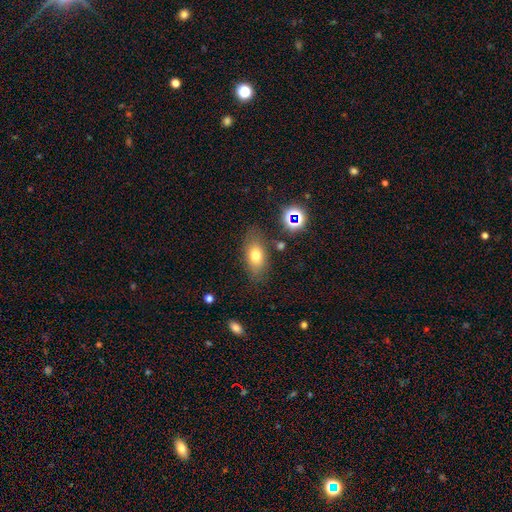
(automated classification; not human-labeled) smooth-or-featured: smooth: 70% | featured or disk: 17% | star or artifact: 12%
  how-rounded: in between: 85% | round: 10% | cigar-shaped: 5%
  merging: none: 73% | minor disturbance: 17% | major disturbance: 6% | merger: 4%